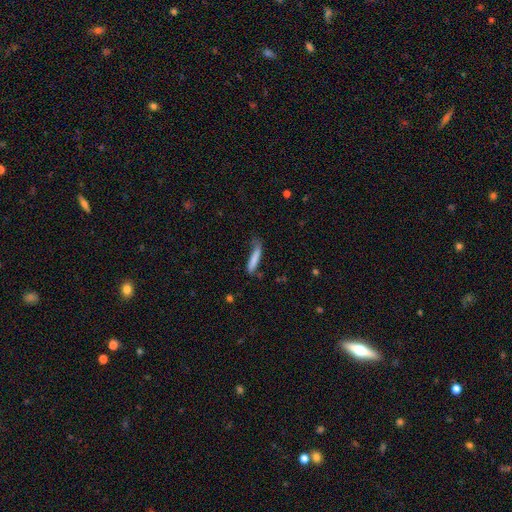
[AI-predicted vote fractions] This appears to be a smooth galaxy with no disk features (77%) that is cigar-shaped (89%). Merging: none (57%).